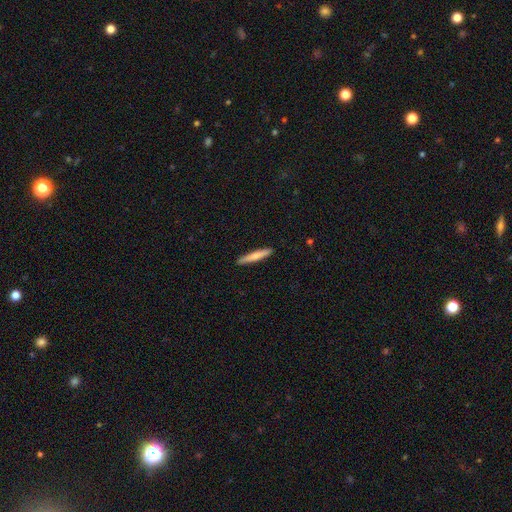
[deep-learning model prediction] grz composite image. It shows a smooth galaxy with no disk features (71%) that is cigar-shaped (94%). Merging: none (91%).